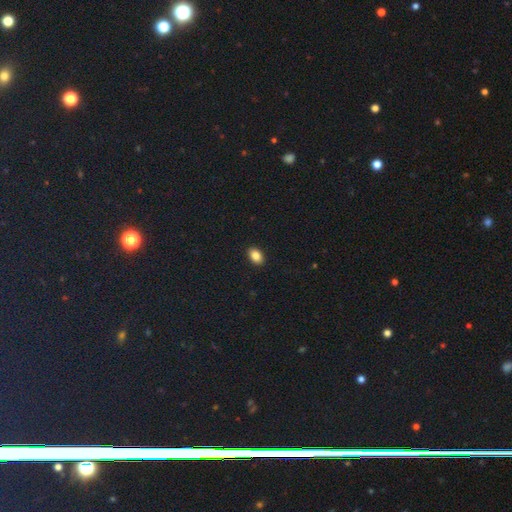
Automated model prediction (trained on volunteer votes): This appears to be a smooth galaxy with no disk features (86%) that is in between round and cigar-shaped (85%). Merging: none (91%).